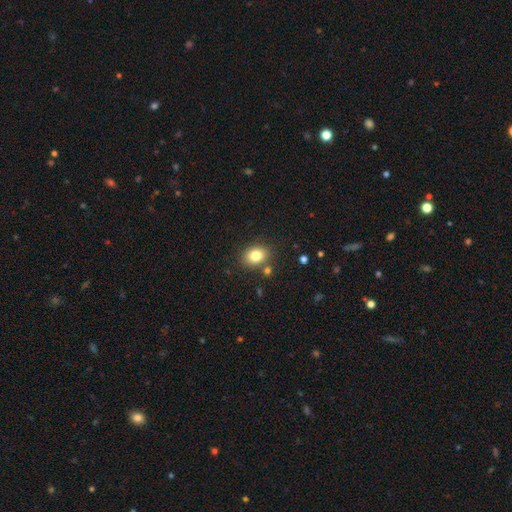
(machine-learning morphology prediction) Q: Smooth or featured?
A: smooth (81%); runner-up: star or artifact (10%)
Q: How rounded?
A: in between (56%); runner-up: round (43%)
Q: Merging?
A: none (81%); runner-up: minor disturbance (10%)